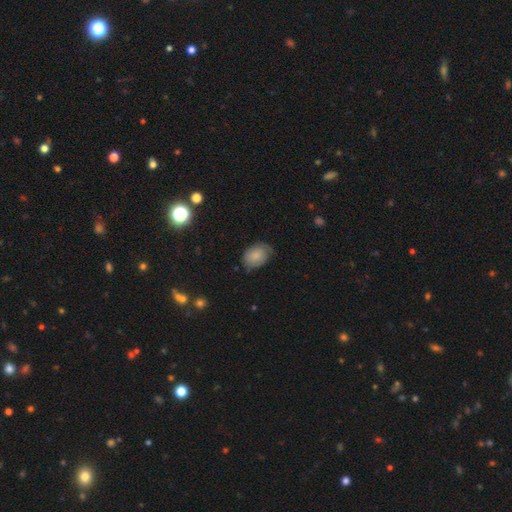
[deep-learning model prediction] This is likely a smooth galaxy (77%). How rounded: likely in between (80%). Merging: likely none (63%).